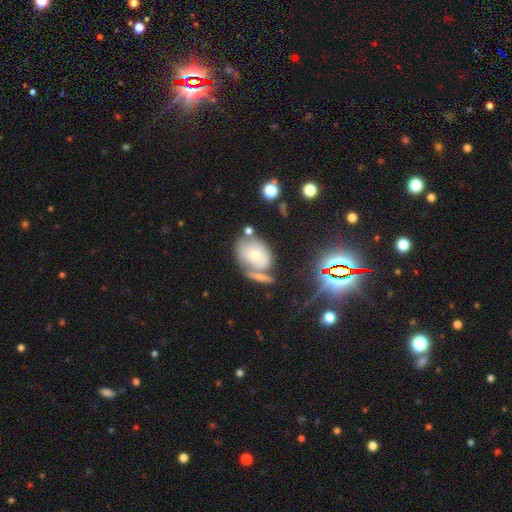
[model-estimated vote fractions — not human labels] Morphology: type=smooth (46%); merging=none (44%).